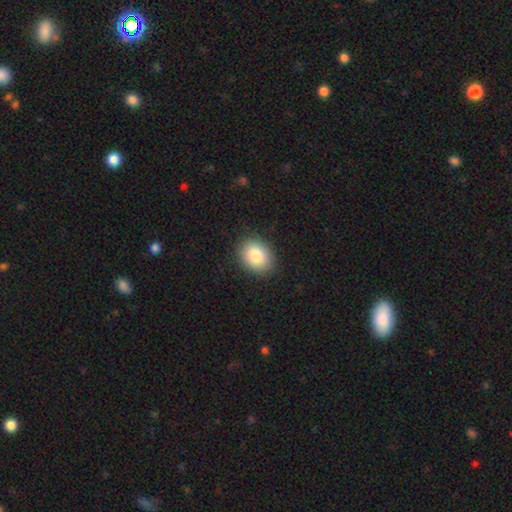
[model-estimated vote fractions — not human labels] Smooth or featured? Predicted: smooth (p=0.83). How rounded? Predicted: in between (p=0.61). Merging? Predicted: none (p=0.88).